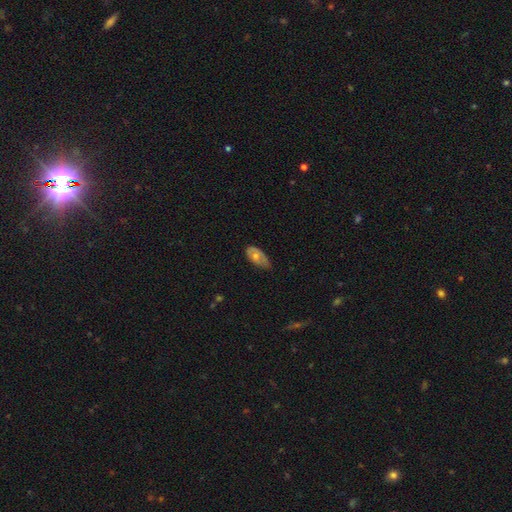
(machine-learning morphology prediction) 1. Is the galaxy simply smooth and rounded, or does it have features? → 52% smooth, 41% featured or disk, 7% star or artifact.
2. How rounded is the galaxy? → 90% in between, 6% round, 4% cigar-shaped.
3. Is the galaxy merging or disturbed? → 50% none, 39% minor disturbance, 10% major disturbance, 2% merger.